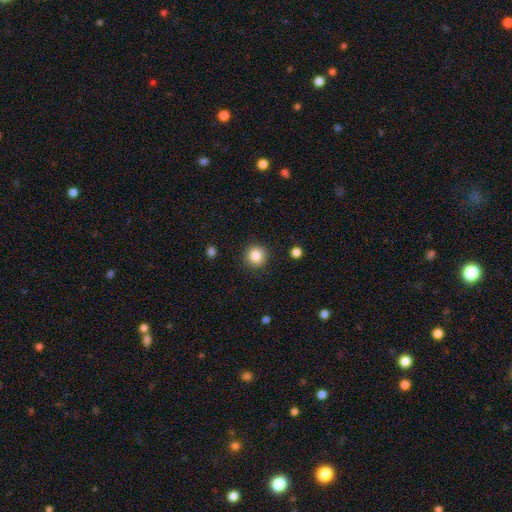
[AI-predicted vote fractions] Overall: smooth (86%). How rounded: round (94%). Merging: none (91%).